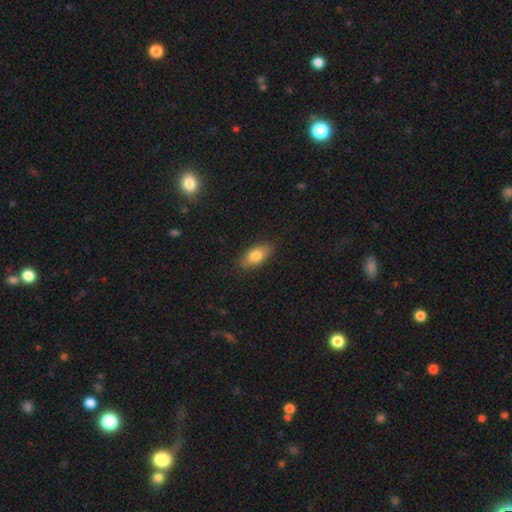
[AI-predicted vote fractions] Smooth or featured?
  - smooth: 79% *
  - featured or disk: 14%
  - star or artifact: 7%
How rounded?
  - in between: 86% *
  - cigar-shaped: 9%
  - round: 4%
Merging?
  - none: 86% *
  - minor disturbance: 11%
  - major disturbance: 2%
  - merger: 1%